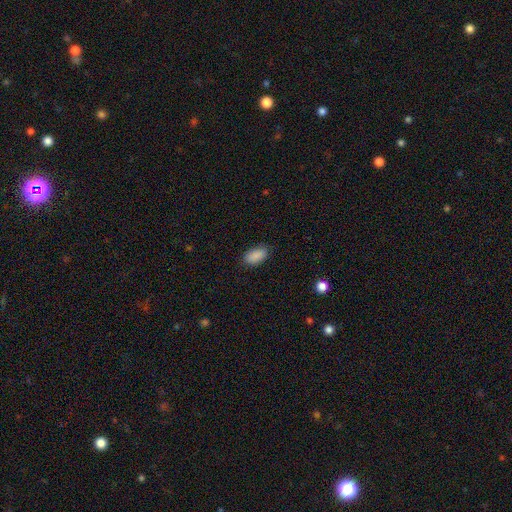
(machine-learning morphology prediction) This is clearly a smooth galaxy (89%). How rounded: clearly in between (94%). Merging: clearly none (84%).